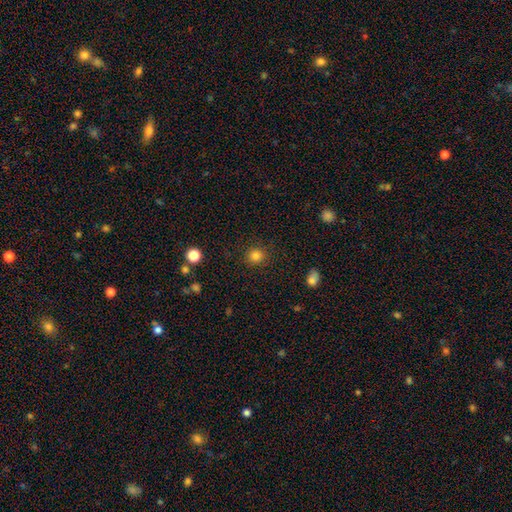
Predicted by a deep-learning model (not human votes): smooth 83%, star or artifact 13%, featured or disk 4%. Down the decision tree: how rounded — round (90%); merging — none (90%).